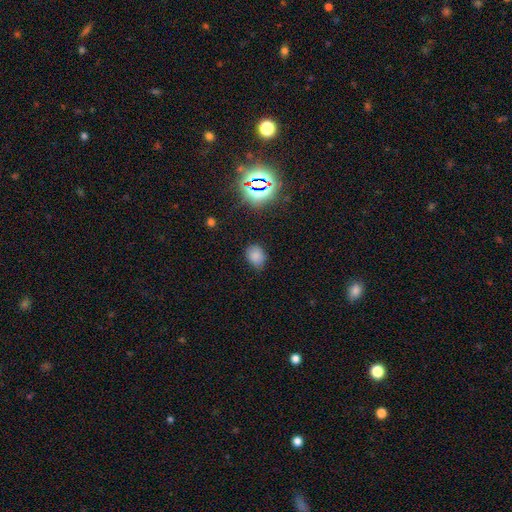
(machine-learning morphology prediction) A smooth galaxy with no disk features (77%) that is in between round and cigar-shaped (56%).

Vote fractions:
- Smooth or featured? smooth: 77% / star or artifact: 17% / featured or disk: 6%
- How rounded? in between: 56% / round: 43% / cigar-shaped: 1%
- Merging? none: 72% / minor disturbance: 22% / major disturbance: 4% / merger: 2%